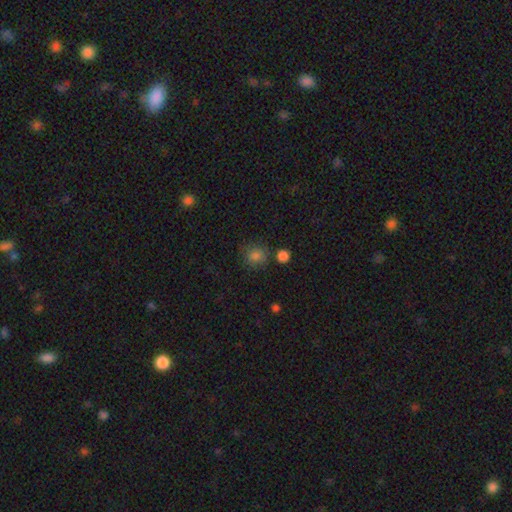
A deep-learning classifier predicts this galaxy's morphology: A smooth galaxy with no disk features (82%) that is round (84%).

Vote fractions:
- Smooth or featured? smooth: 82% / star or artifact: 12% / featured or disk: 6%
- How rounded? round: 84% / in between: 15% / cigar-shaped: 1%
- Merging? none: 73% / minor disturbance: 15% / merger: 7% / major disturbance: 5%